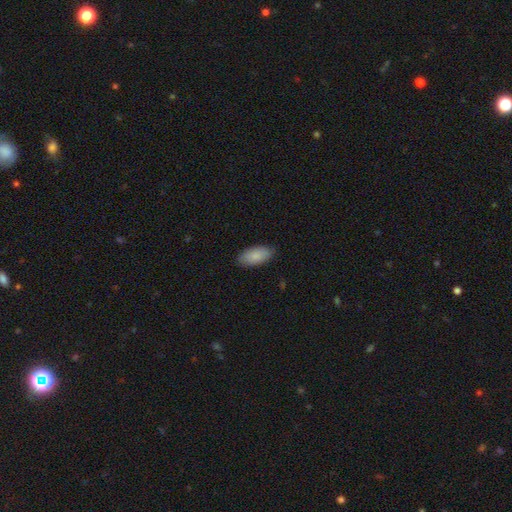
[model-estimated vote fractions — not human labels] smooth 88%, featured or disk 7%, star or artifact 5%. Down the decision tree: how rounded — in between (90%); merging — none (86%).